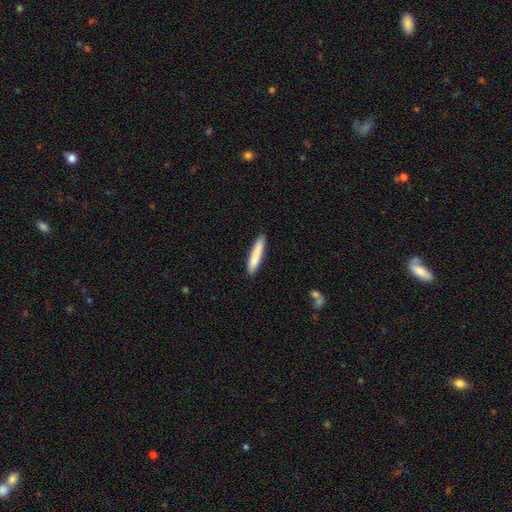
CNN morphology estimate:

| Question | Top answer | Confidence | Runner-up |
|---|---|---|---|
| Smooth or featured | smooth | 83% | featured or disk (11%) |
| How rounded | cigar-shaped | 92% | in between (7%) |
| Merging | none | 89% | minor disturbance (8%) |